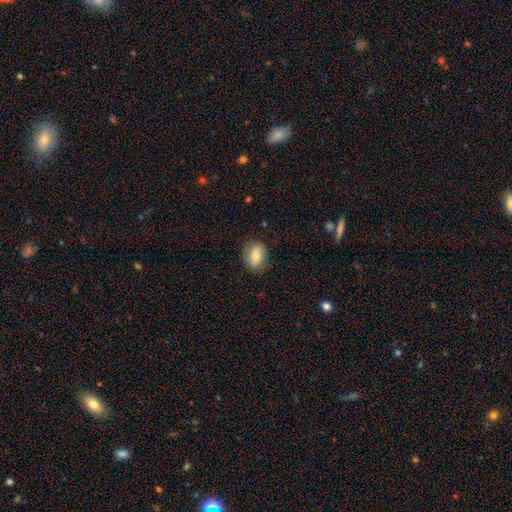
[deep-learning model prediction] The model was most divided on "how rounded": in between: 69%, round: 30%, cigar-shaped: 2%. More confident: merging — none (82%); smooth or featured — smooth (74%).